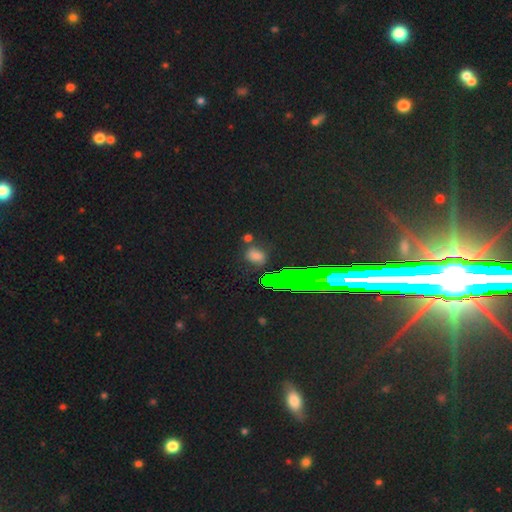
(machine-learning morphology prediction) This is possibly a smooth galaxy (54%). How rounded: possibly in between (55%). Merging: likely none (75%).